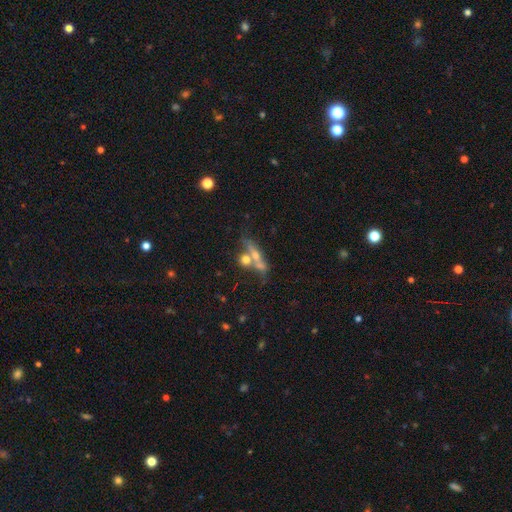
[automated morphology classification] Q: Smooth or featured?
A: featured or disk (49%); runner-up: smooth (38%)
Q: Merging?
A: none (43%); runner-up: merger (37%)